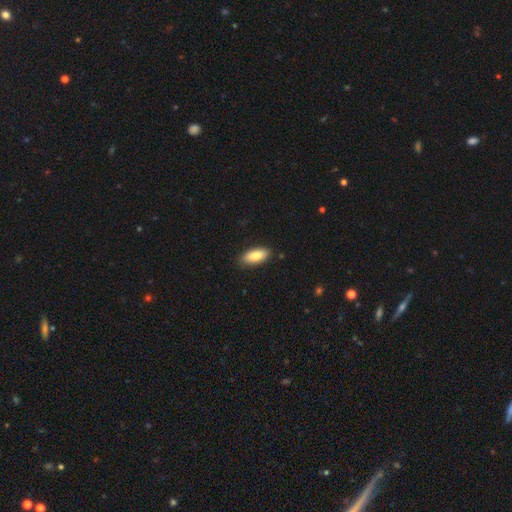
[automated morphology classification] smooth-or-featured: smooth: 85% | featured or disk: 9% | star or artifact: 6%
  how-rounded: in between: 82% | cigar-shaped: 16% | round: 2%
  merging: none: 86% | minor disturbance: 11% | major disturbance: 2% | merger: 1%